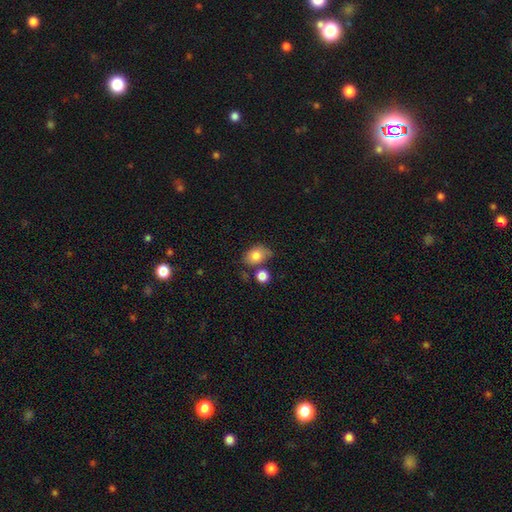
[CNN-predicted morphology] A smooth galaxy with no disk features (80%) that is in between round and cigar-shaped (72%). Merging: none (59%).